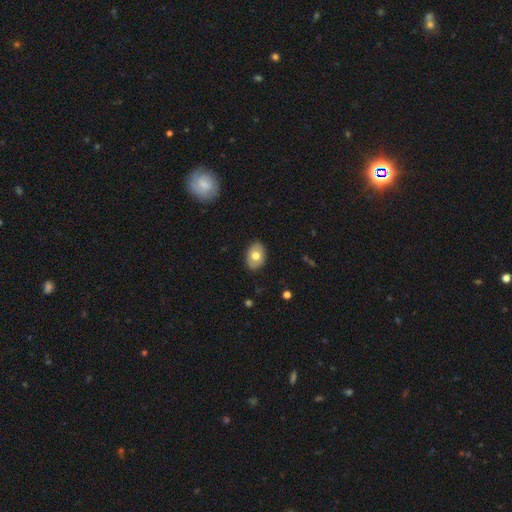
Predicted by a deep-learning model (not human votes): This is likely a smooth galaxy (66%). How rounded: likely in between (76%). Merging: clearly none (85%).